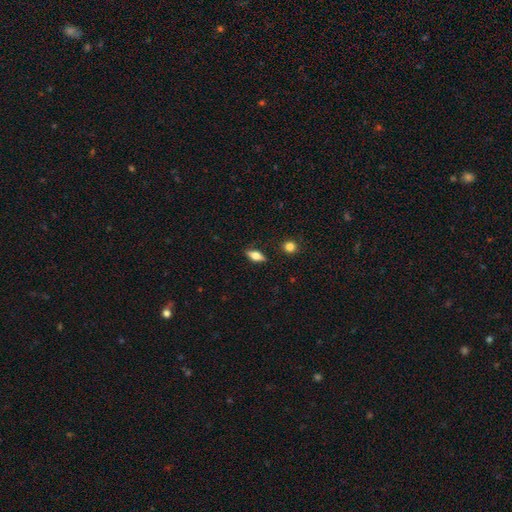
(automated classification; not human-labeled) smooth-or-featured: smooth: 61% | featured or disk: 31% | star or artifact: 8%
  how-rounded: in between: 77% | cigar-shaped: 18% | round: 5%
  merging: none: 86% | minor disturbance: 10% | major disturbance: 3% | merger: 2%